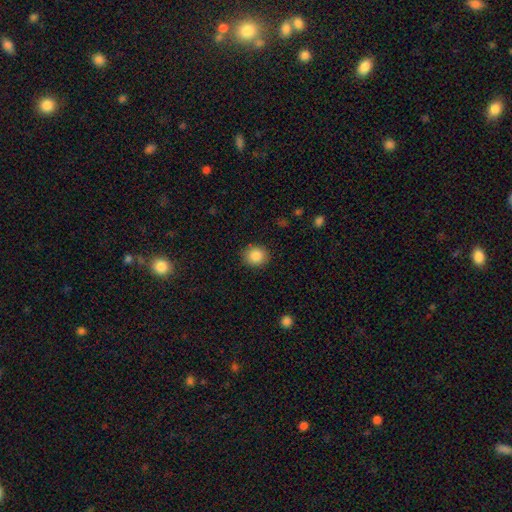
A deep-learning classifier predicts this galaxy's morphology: This is clearly a smooth galaxy (87%). How rounded: likely round (78%). Merging: clearly none (89%).